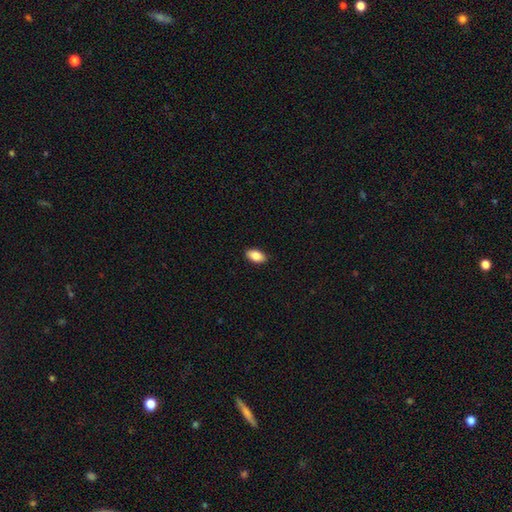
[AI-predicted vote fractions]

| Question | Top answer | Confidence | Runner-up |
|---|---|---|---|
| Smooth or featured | smooth | 85% | featured or disk (8%) |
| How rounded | in between | 93% | round (4%) |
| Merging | none | 89% | minor disturbance (8%) |